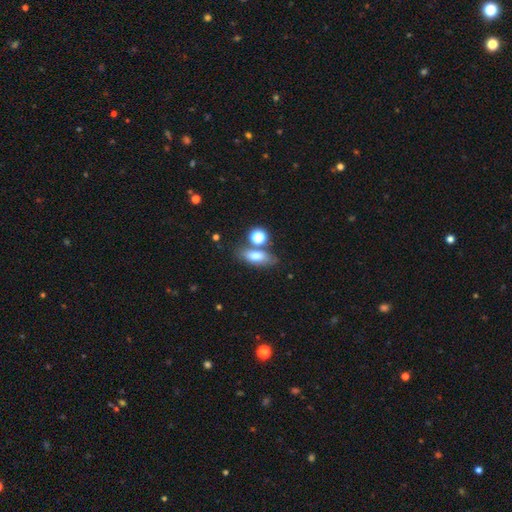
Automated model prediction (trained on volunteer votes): smooth 70%, featured or disk 18%, star or artifact 11%. Down the decision tree: how rounded — in between (71%); merging — none (62%).